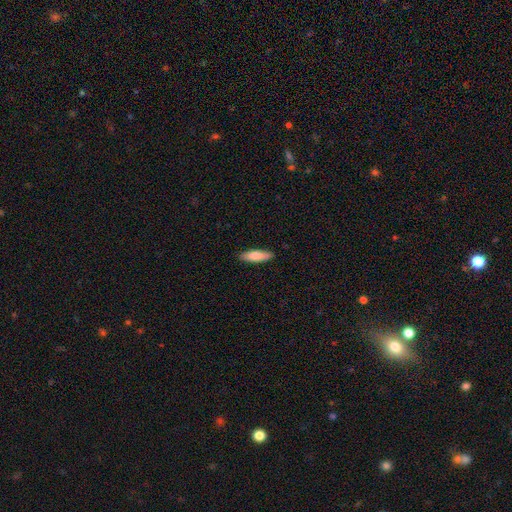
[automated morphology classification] smooth 83%, featured or disk 12%, star or artifact 5%. Down the decision tree: how rounded — cigar-shaped (55%); merging — none (89%).